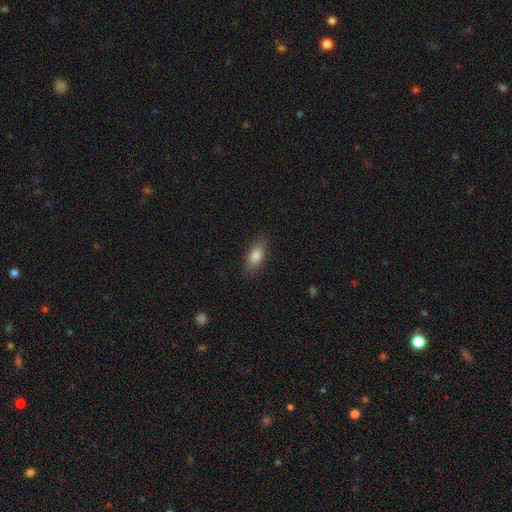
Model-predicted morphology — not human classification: Q: Smooth or featured?
A: smooth (83%); runner-up: featured or disk (9%)
Q: How rounded?
A: in between (86%); runner-up: cigar-shaped (9%)
Q: Merging?
A: none (85%); runner-up: minor disturbance (11%)